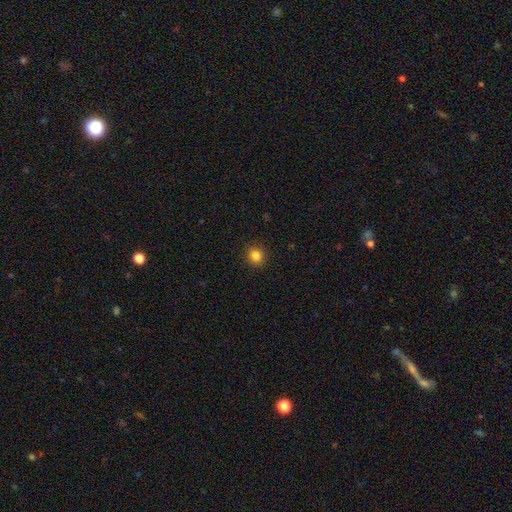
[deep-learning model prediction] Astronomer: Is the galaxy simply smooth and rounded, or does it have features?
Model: smooth — 84%.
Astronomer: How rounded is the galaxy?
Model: round — 85%.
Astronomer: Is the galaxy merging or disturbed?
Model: none — 91%.